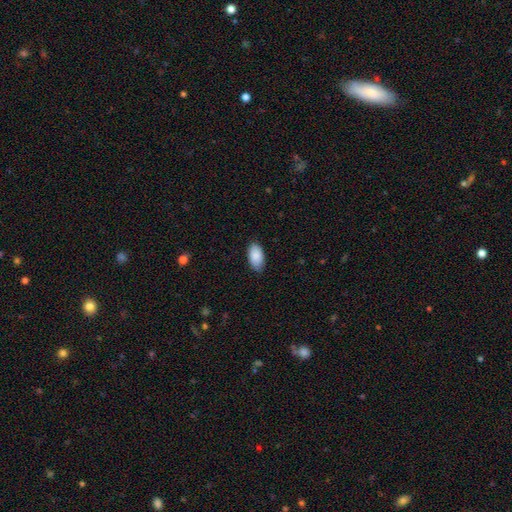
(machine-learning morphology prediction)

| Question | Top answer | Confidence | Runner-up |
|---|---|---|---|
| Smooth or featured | smooth | 89% | star or artifact (6%) |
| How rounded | in between | 95% | round (3%) |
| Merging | none | 85% | minor disturbance (12%) |